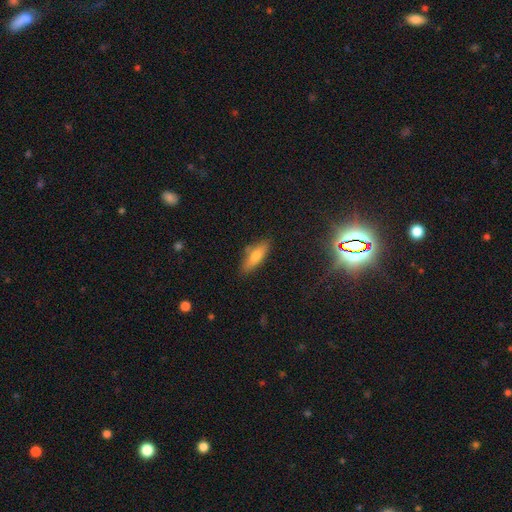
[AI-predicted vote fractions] The model was most divided on "how rounded": in between: 57%, cigar-shaped: 40%, round: 3%. More confident: merging — none (77%); smooth or featured — smooth (69%).